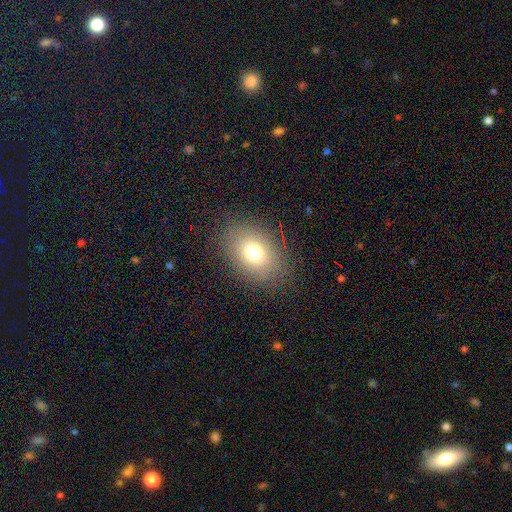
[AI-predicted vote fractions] smooth 77%, featured or disk 12%, star or artifact 11%. Down the decision tree: how rounded — in between (78%); merging — none (86%).